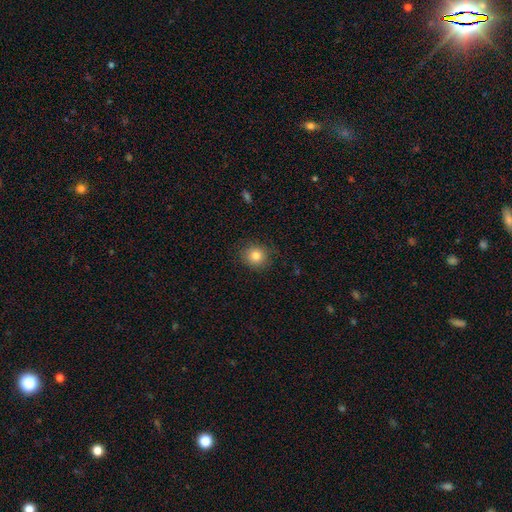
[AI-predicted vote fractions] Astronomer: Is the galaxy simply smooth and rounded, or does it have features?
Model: smooth — 82%.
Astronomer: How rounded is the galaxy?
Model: round — 84%.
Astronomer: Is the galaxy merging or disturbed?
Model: none — 86%.